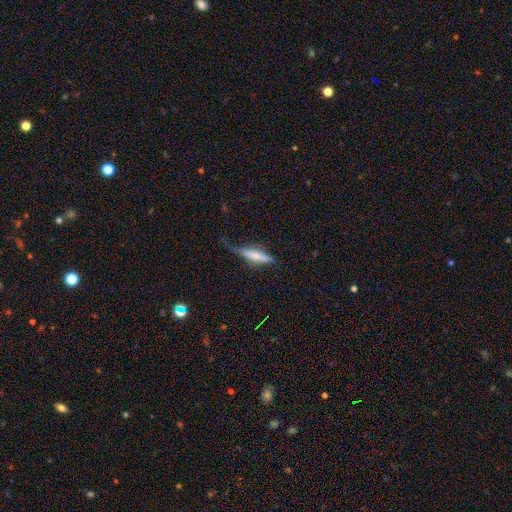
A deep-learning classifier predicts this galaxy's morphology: A smooth galaxy with no disk features (51%) that is cigar-shaped (77%).

Vote fractions:
- Smooth or featured? smooth: 51% / featured or disk: 43% / star or artifact: 6%
- How rounded? cigar-shaped: 77% / in between: 20% / round: 2%
- Merging? none: 43% / minor disturbance: 32% / major disturbance: 22% / merger: 3%